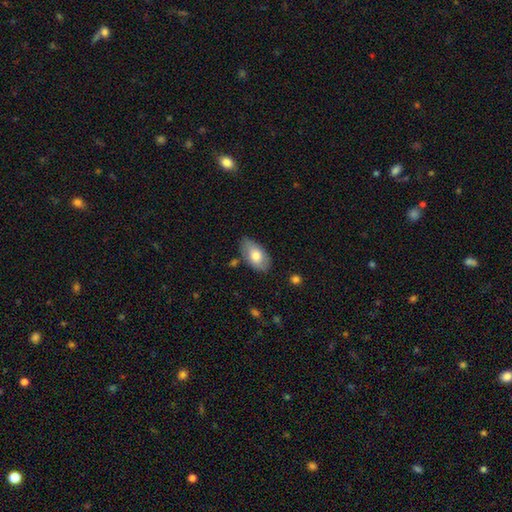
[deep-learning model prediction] Smooth or featured: smooth — 73% (featured or disk — 21%)
How rounded: in between — 94% (round — 4%)
Merging: none — 72% (minor disturbance — 21%)